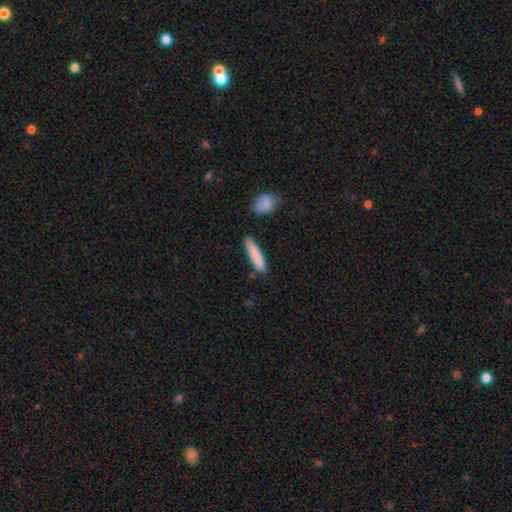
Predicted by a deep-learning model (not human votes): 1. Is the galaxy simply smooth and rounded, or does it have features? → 83% smooth, 12% featured or disk, 6% star or artifact.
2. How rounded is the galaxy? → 82% cigar-shaped, 16% in between, 2% round.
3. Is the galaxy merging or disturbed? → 78% none, 15% minor disturbance, 4% merger, 3% major disturbance.